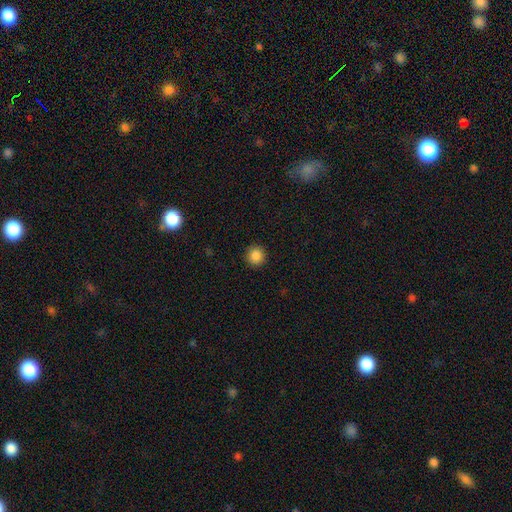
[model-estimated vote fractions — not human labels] This appears to be a smooth galaxy with no disk features (87%) that is round (95%). Merging: none (92%).